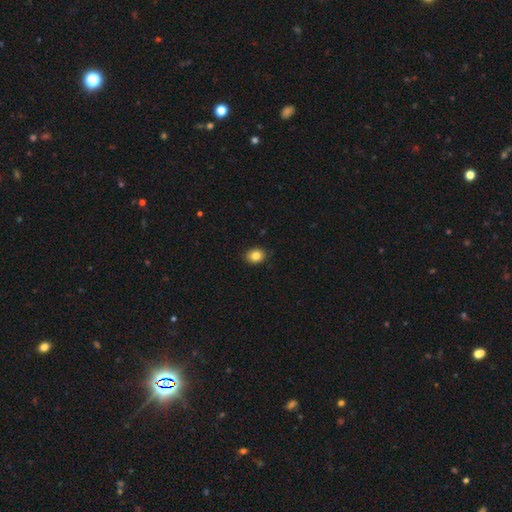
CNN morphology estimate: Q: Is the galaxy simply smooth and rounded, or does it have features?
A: smooth — 84%.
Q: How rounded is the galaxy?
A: round — 50%.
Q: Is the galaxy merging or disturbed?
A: none — 88%.